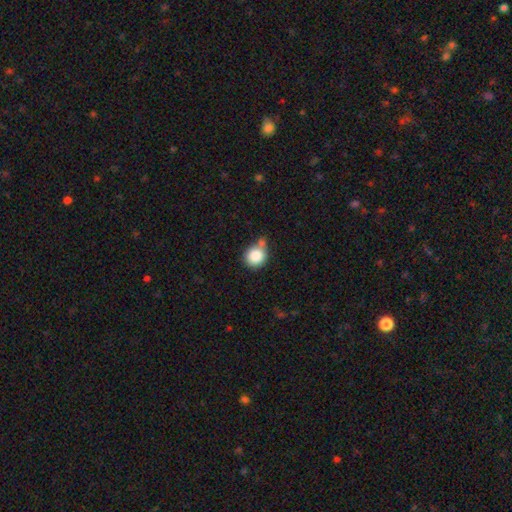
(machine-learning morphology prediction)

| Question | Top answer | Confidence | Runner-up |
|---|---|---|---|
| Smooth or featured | smooth | 85% | star or artifact (9%) |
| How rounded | round | 83% | in between (16%) |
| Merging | none | 48% | minor disturbance (23%) |